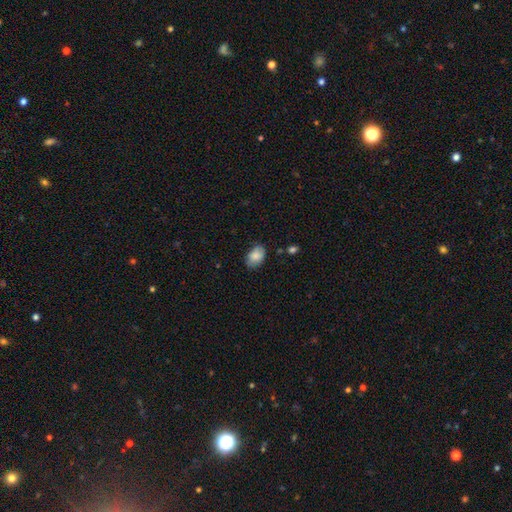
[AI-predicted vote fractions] This appears to be a smooth galaxy with no disk features (84%) that is in between round and cigar-shaped (86%). Merging: none (73%).